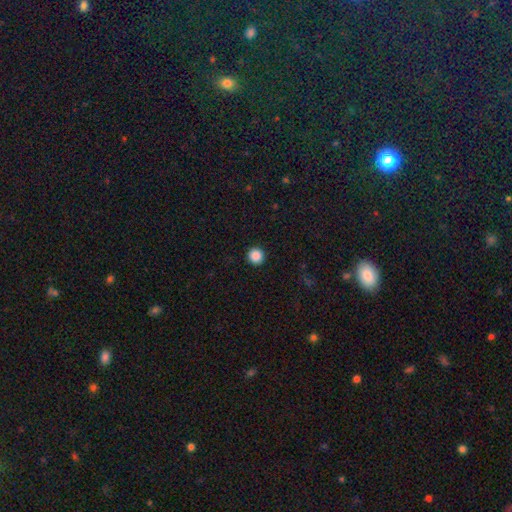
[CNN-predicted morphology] Q: Smooth or featured?
A: smooth (88%); runner-up: star or artifact (10%)
Q: How rounded?
A: round (96%); runner-up: in between (3%)
Q: Merging?
A: none (93%); runner-up: minor disturbance (4%)